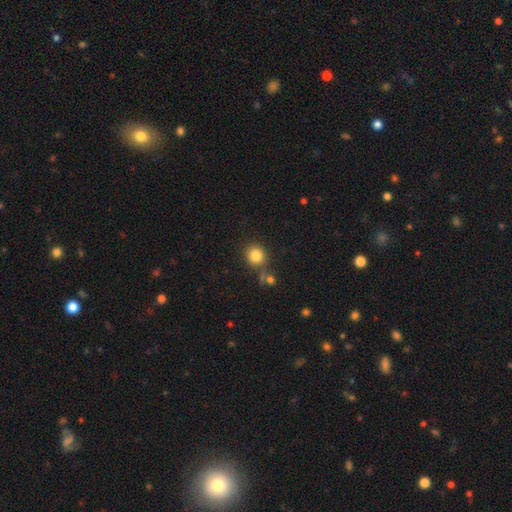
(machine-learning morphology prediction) This appears to be a smooth galaxy with no disk features (83%) that is round (87%). Merging: none (71%).